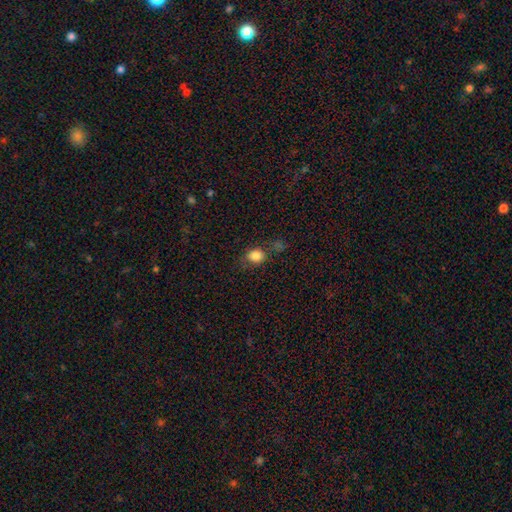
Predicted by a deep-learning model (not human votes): Smooth or featured? smooth (82%)
How rounded? round (58%)
Merging? none (63%)